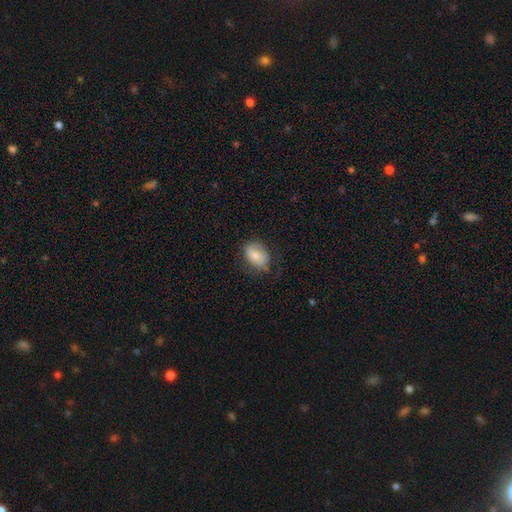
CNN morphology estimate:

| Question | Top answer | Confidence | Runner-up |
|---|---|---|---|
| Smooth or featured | smooth | 73% | featured or disk (20%) |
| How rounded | in between | 78% | round (21%) |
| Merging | none | 58% | minor disturbance (30%) |